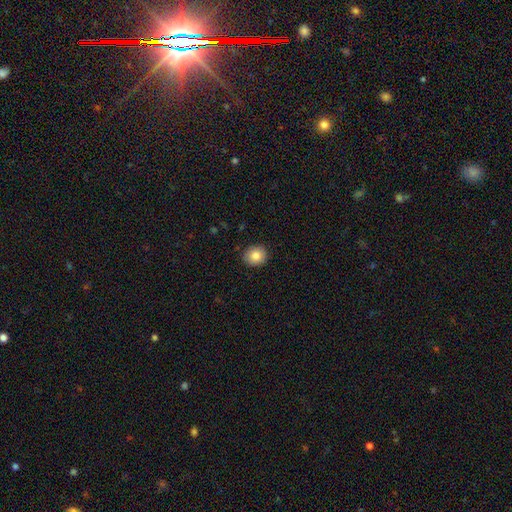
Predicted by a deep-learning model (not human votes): smooth-or-featured: smooth: 84% | star or artifact: 9% | featured or disk: 7%
  how-rounded: round: 78% | in between: 21% | cigar-shaped: 1%
  merging: none: 90% | minor disturbance: 7% | major disturbance: 2% | merger: 1%